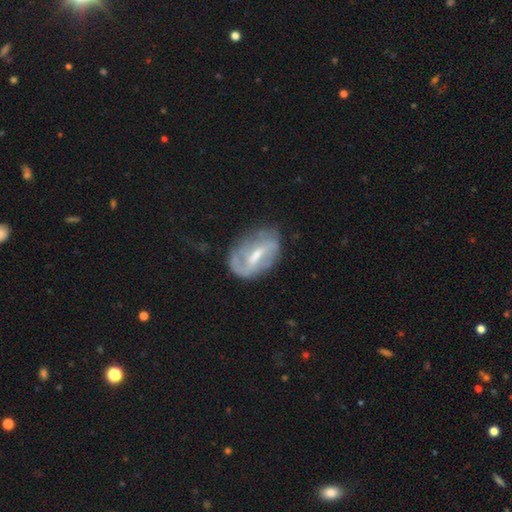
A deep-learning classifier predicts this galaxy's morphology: Overall: featured or disk (69%). Edge-on disk: no (94%). Bar: strong (44%; weak 43%). Spiral arms: yes (70%). Bulge size: moderate (48%; small 39%). Merging: none (60%; minor disturbance 25%).